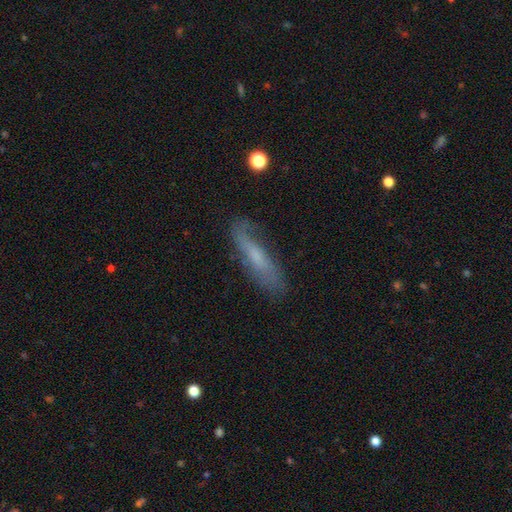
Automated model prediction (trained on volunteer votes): Overall: smooth (48%; featured or disk 43%). Merging: none (70%).